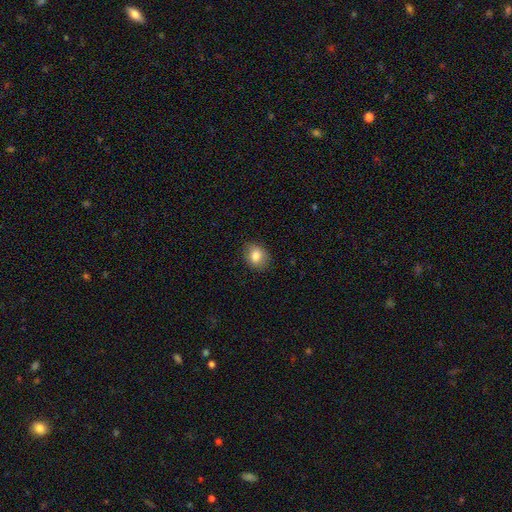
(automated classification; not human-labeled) Overall: smooth (81%). How rounded: round (51%; in between 48%). Merging: none (84%).